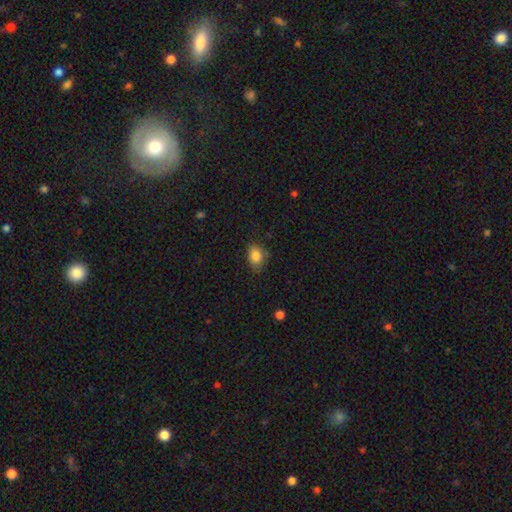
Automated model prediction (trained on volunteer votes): Overall: smooth (84%). How rounded: in between (72%). Merging: none (71%).